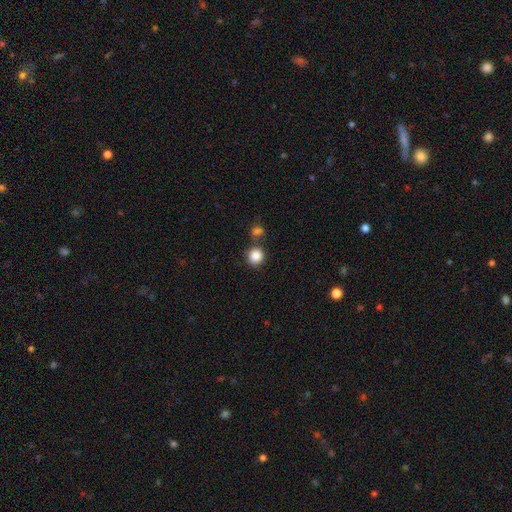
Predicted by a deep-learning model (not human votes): Morphology: type=smooth (86%); roundness=round (90%); merging=none (72%).